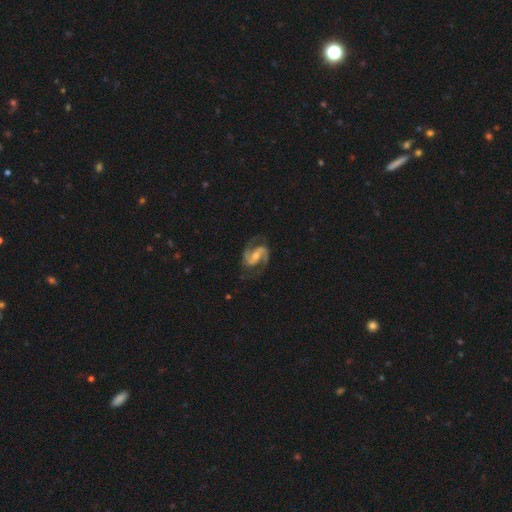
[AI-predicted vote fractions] Smooth or featured: featured or disk — 92% (star or artifact — 4%)
Edge-on disk: no — 98% (yes — 2%)
Bar: weak — 44% (strong — 30%)
Spiral arms: yes — 98% (no — 2%)
Spiral winding: medium — 63% (loose — 19%)
Spiral arm count: 2 — 94% (3 — 2%)
Bulge size: moderate — 51% (small — 39%)
Merging: none — 79% (minor disturbance — 14%)